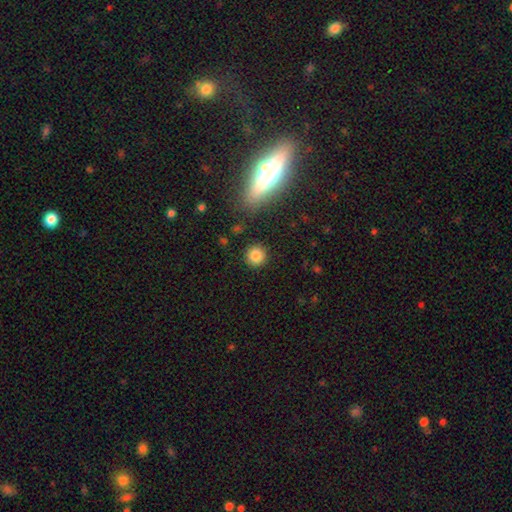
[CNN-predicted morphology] Smooth or featured: smooth — 84% (star or artifact — 11%)
How rounded: round — 93% (in between — 6%)
Merging: none — 90% (minor disturbance — 6%)